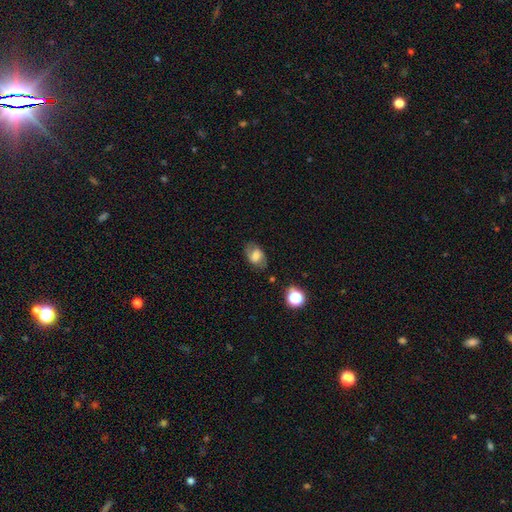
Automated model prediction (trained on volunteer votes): Smooth or featured?
  - smooth: 53% *
  - featured or disk: 36%
  - star or artifact: 10%
How rounded?
  - in between: 84% *
  - round: 15%
  - cigar-shaped: 2%
Merging?
  - none: 74% *
  - minor disturbance: 18%
  - major disturbance: 6%
  - merger: 2%